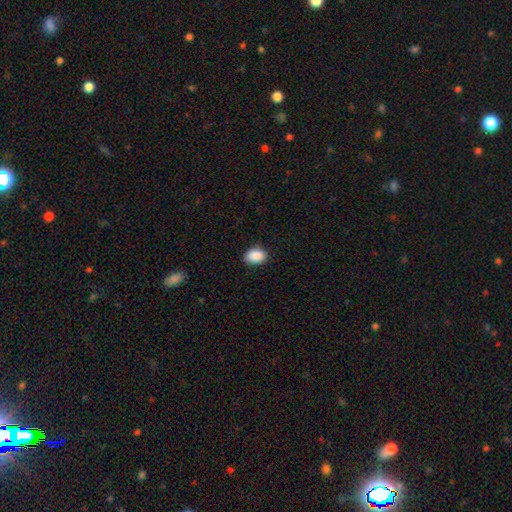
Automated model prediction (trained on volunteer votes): The model was most divided on "how rounded": in between: 85%, round: 14%, cigar-shaped: 1%. More confident: smooth or featured — smooth (90%); merging — none (84%).